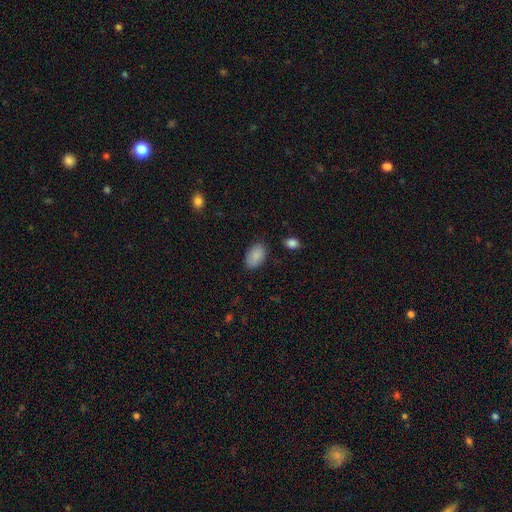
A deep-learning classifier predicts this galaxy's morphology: The model was most divided on "merging": none: 83%, minor disturbance: 12%, major disturbance: 3%, merger: 2%. More confident: how rounded — in between (93%); smooth or featured — smooth (89%).